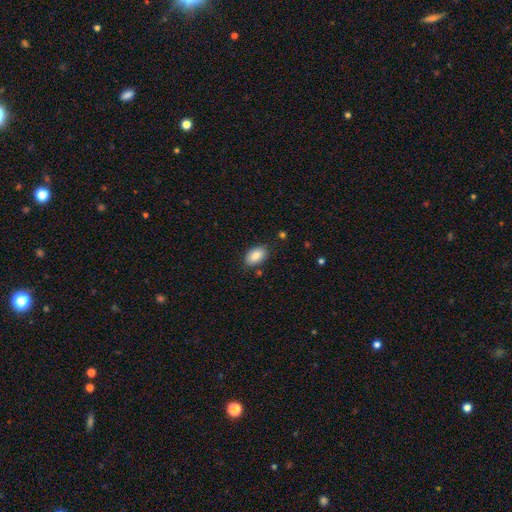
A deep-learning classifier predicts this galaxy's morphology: Smooth or featured: smooth — 86% (star or artifact — 7%)
How rounded: in between — 92% (round — 6%)
Merging: none — 84% (minor disturbance — 11%)